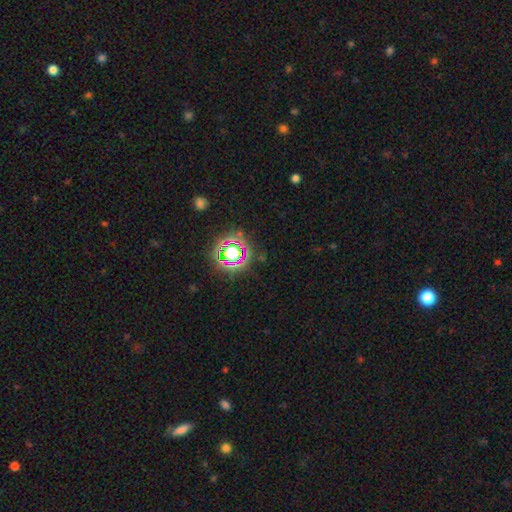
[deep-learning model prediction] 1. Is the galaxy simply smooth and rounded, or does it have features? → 78% star or artifact, 14% smooth, 8% featured or disk.